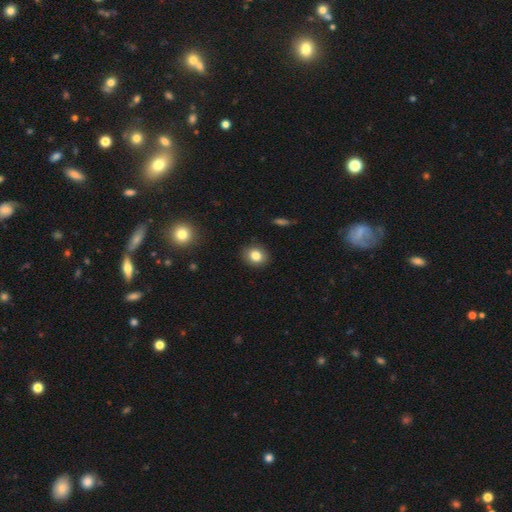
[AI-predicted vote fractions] smooth_or_featured: smooth (p=0.81) [alt: star or artifact p=0.10]
how_rounded: round (p=0.63) [alt: in between p=0.36]
merging: none (p=0.88) [alt: minor disturbance p=0.09]